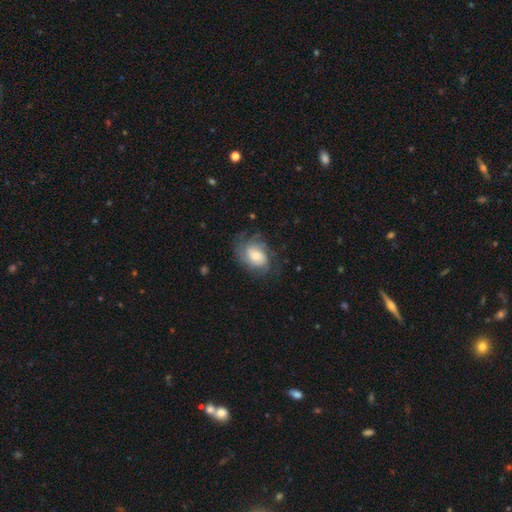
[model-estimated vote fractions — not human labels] Smooth or featured? featured or disk (55%)
Edge-on disk? no (96%)
Bar? no (63%)
Spiral arms? yes (84%)
Bulge size? moderate (48%)
Merging? none (60%)